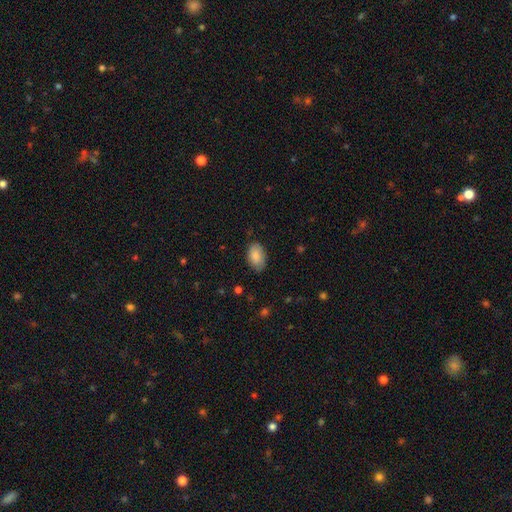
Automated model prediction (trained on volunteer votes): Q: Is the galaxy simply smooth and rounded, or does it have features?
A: smooth — 86%.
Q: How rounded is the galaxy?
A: in between — 93%.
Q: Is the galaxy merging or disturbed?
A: none — 81%.